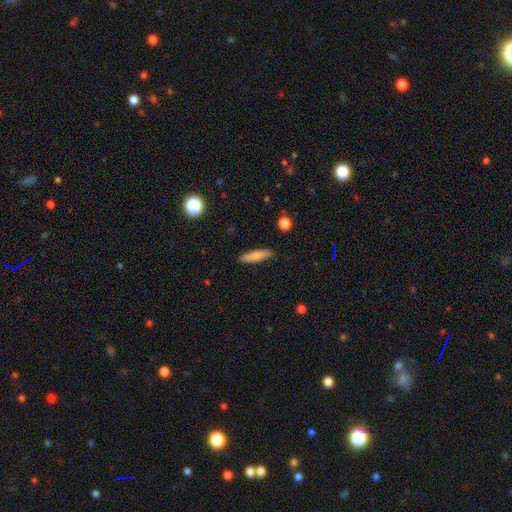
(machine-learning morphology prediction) Smooth or featured: smooth — 80% (featured or disk — 13%)
How rounded: cigar-shaped — 72% (in between — 26%)
Merging: none — 88% (minor disturbance — 9%)